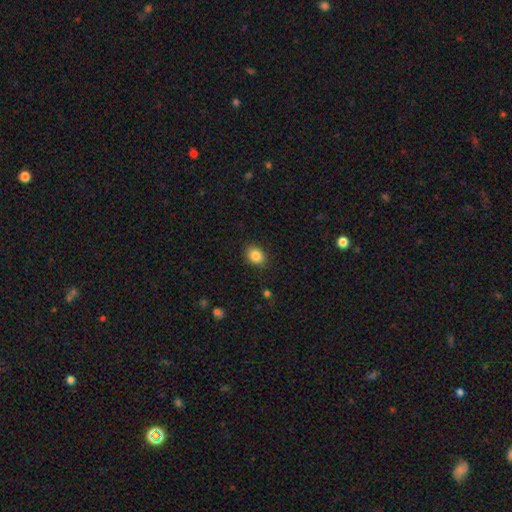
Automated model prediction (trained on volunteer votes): Q: Smooth or featured?
A: smooth (85%); runner-up: star or artifact (9%)
Q: How rounded?
A: in between (55%); runner-up: round (44%)
Q: Merging?
A: none (87%); runner-up: minor disturbance (10%)